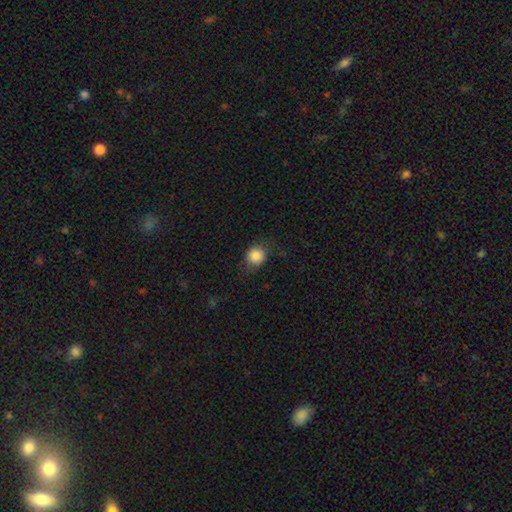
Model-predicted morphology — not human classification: Smooth or featured: smooth — 85% (star or artifact — 9%)
How rounded: round — 80% (in between — 19%)
Merging: none — 74% (minor disturbance — 19%)